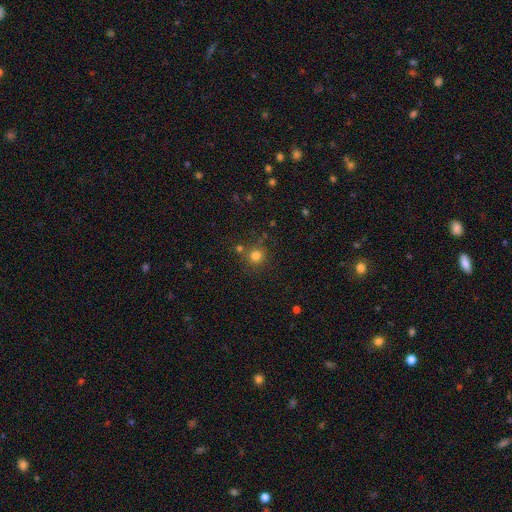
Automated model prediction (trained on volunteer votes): The model was most divided on "merging": none: 75%, merger: 12%, minor disturbance: 9%, major disturbance: 4%. More confident: how rounded — round (91%); smooth or featured — smooth (79%).